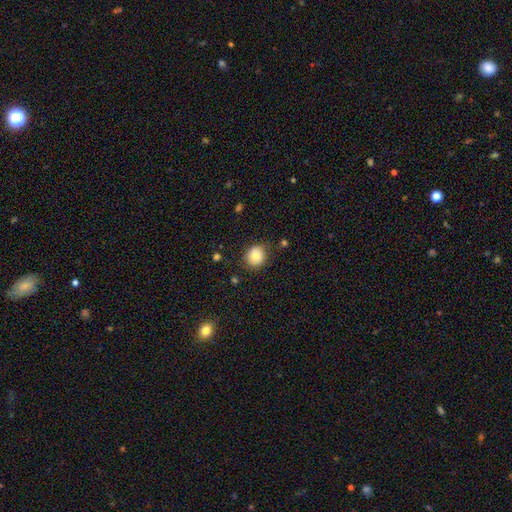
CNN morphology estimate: smooth_or_featured: smooth (p=0.80) [alt: featured or disk p=0.10]
how_rounded: round (p=0.80) [alt: in between p=0.19]
merging: none (p=0.81) [alt: minor disturbance p=0.13]